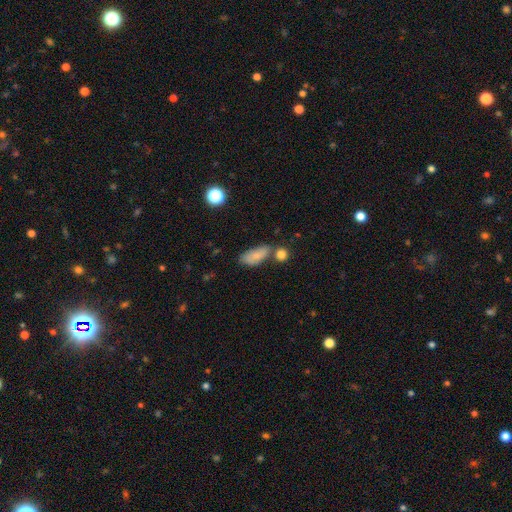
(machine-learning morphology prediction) Smooth or featured: smooth — 79% (featured or disk — 12%)
How rounded: in between — 85% (cigar-shaped — 11%)
Merging: none — 50% (merger — 22%)